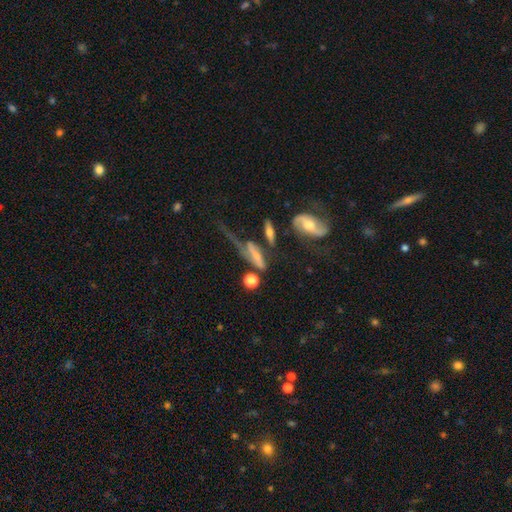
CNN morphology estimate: A featured or disk galaxy (52%). Merging: major disturbance (38%).